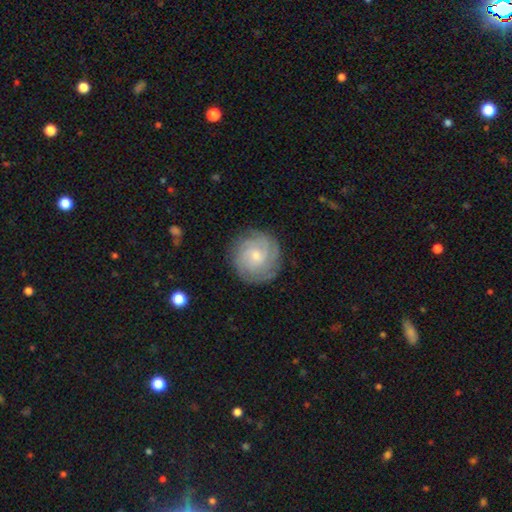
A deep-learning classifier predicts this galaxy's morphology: Overall: featured or disk (72%). Edge-on disk: no (98%). Bar: no (75%). Spiral arms: yes (94%). Spiral arm count: can't tell (35%; 4 21%). Spiral winding: tight (74%). Bulge size: small (67%; moderate 29%). Merging: none (85%).